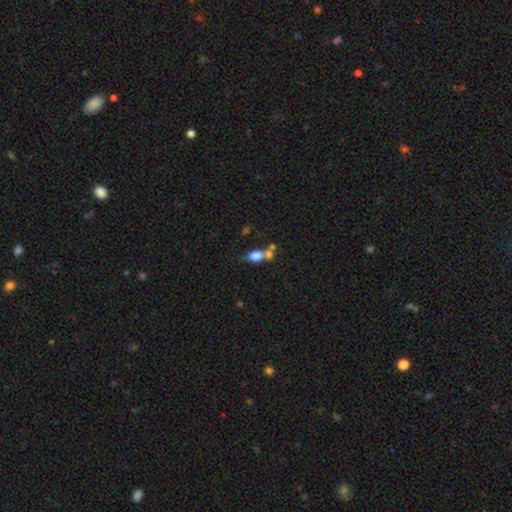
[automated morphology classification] This is likely a smooth galaxy (75%). How rounded: likely in between (74%). Merging: possibly merger (47%).